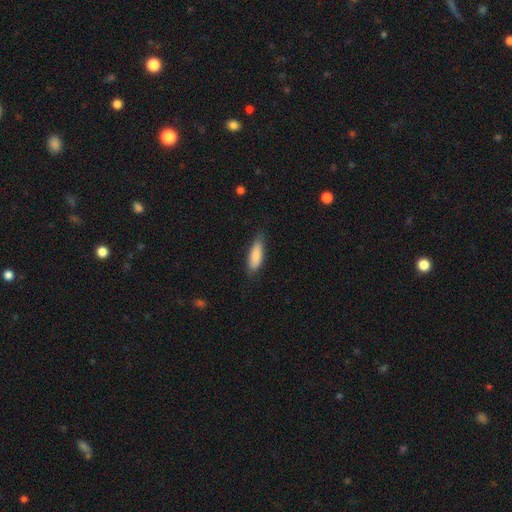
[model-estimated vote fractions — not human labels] Smooth or featured: smooth — 84% (featured or disk — 11%)
How rounded: in between — 57% (cigar-shaped — 41%)
Merging: none — 75% (minor disturbance — 20%)